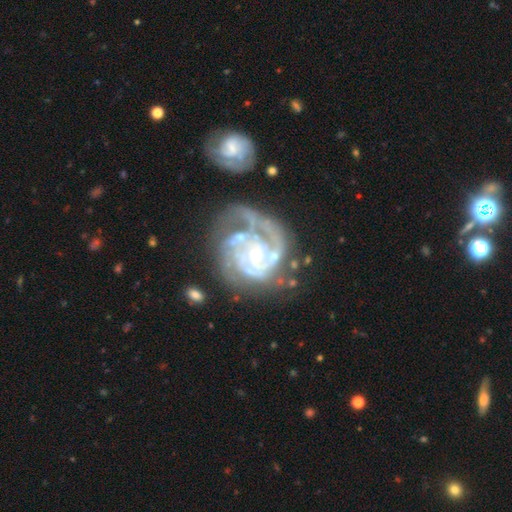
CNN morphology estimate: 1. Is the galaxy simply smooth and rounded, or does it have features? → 89% featured or disk, 6% smooth, 5% star or artifact.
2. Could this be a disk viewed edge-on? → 98% no, 2% yes.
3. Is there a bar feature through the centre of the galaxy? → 78% no, 17% weak, 5% strong.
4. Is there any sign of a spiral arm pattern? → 95% yes, 5% no.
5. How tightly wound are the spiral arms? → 64% tight, 28% medium, 8% loose.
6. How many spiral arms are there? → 27% 3, 24% can't tell, 24% 2, 9% 4, 9% 1, 7% more than 4.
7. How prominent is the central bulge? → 61% small, 33% moderate, 2% none, 2% large, 1% dominant.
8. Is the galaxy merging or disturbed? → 43% none, 25% major disturbance, 21% minor disturbance, 11% merger.